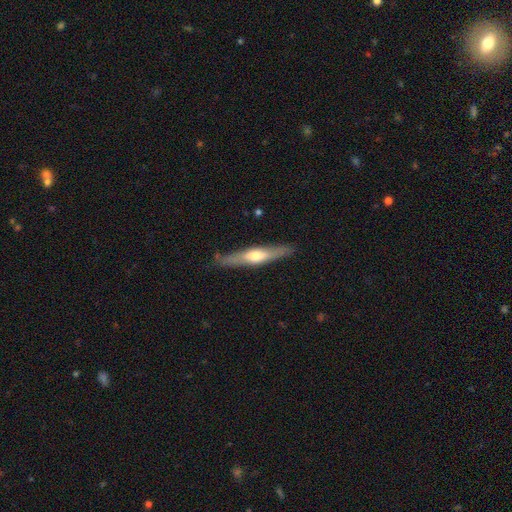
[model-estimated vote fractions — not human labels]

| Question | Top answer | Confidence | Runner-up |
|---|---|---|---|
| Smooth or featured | featured or disk | 54% | smooth (41%) |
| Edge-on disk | yes | 89% | no (11%) |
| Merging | none | 85% | minor disturbance (11%) |